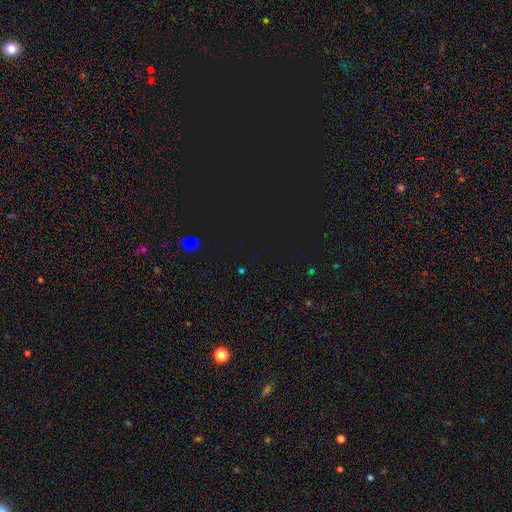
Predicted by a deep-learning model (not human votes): Smooth or featured: star or artifact — 70% (smooth — 24%)